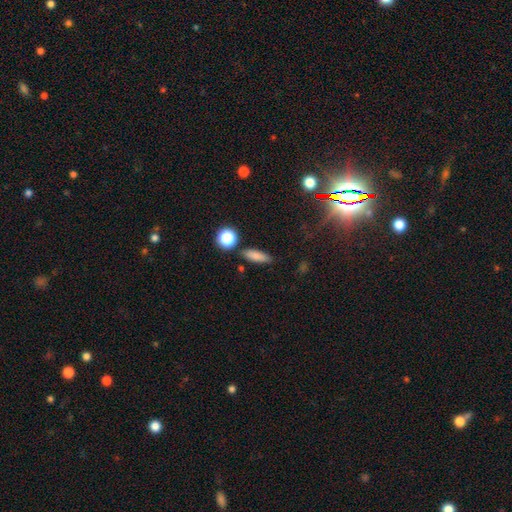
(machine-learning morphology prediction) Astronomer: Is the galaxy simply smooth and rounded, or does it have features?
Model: smooth — 81%.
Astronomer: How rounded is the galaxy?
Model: cigar-shaped — 46%, tied with in between at 46%.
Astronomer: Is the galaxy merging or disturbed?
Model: none — 82%.